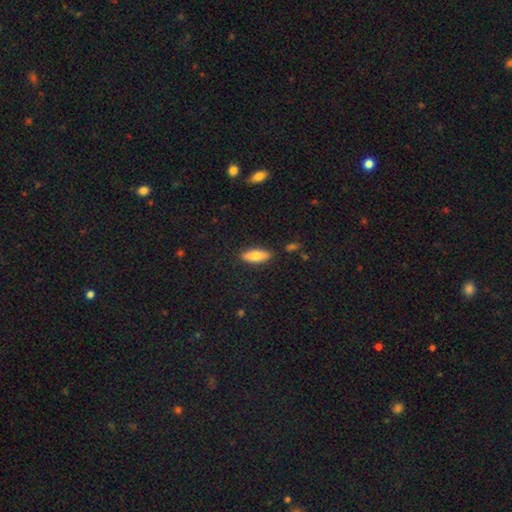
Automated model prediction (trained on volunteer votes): Smooth or featured? Predicted: smooth (p=0.78). How rounded? Predicted: in between (p=0.71). Merging? Predicted: none (p=0.85).